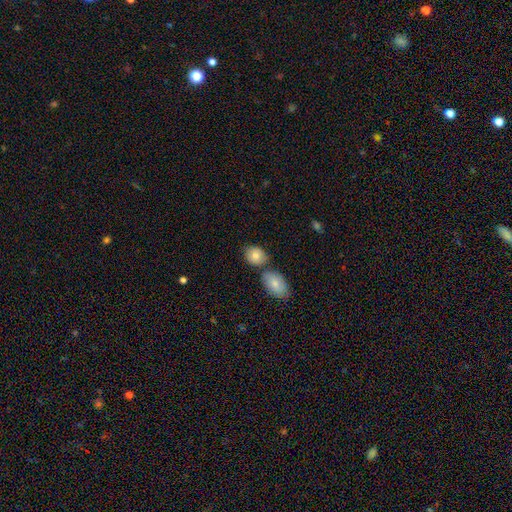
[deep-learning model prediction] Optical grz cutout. It shows a smooth galaxy with no disk features (84%) that is round (53%). Merging: none (59%).